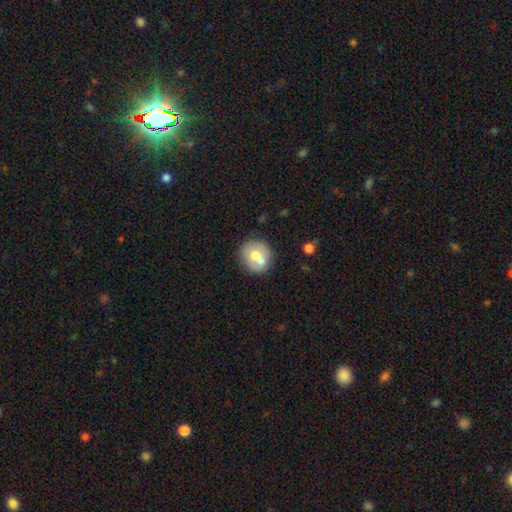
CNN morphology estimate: Q: Smooth or featured?
A: smooth (64%); runner-up: featured or disk (28%)
Q: How rounded?
A: round (88%); runner-up: in between (11%)
Q: Merging?
A: none (54%); runner-up: merger (32%)